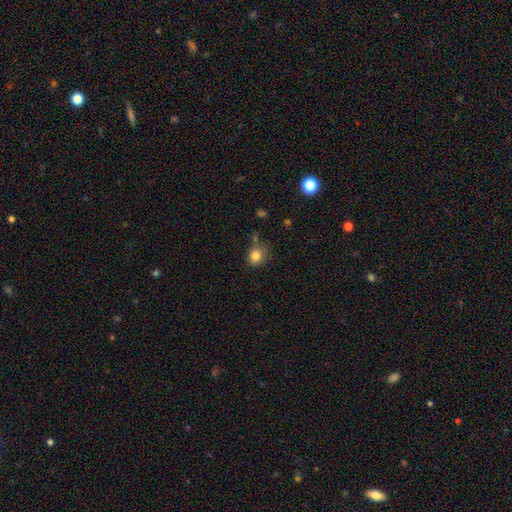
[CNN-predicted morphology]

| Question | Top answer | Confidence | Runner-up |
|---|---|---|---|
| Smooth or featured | smooth | 83% | star or artifact (11%) |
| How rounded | round | 63% | in between (36%) |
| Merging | none | 68% | minor disturbance (20%) |